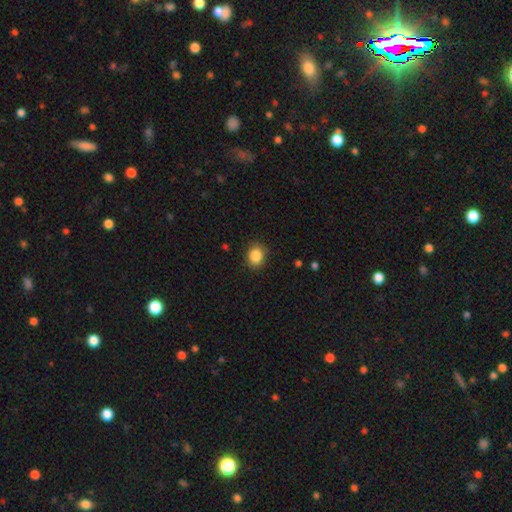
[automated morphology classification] Smooth or featured? smooth (87%)
How rounded? round (65%)
Merging? none (87%)